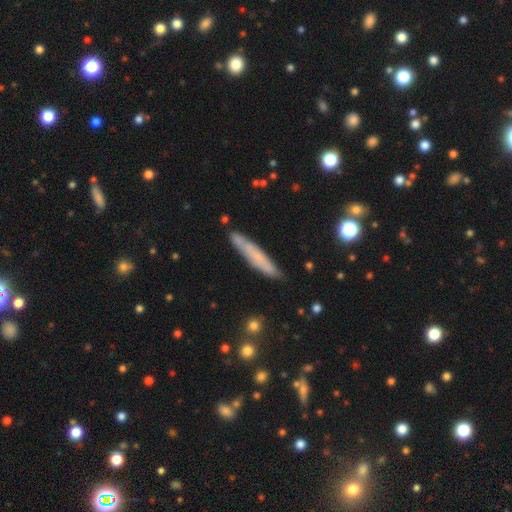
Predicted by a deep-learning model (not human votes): Overall: smooth (60%; featured or disk 32%). How rounded: cigar-shaped (91%). Merging: none (80%).